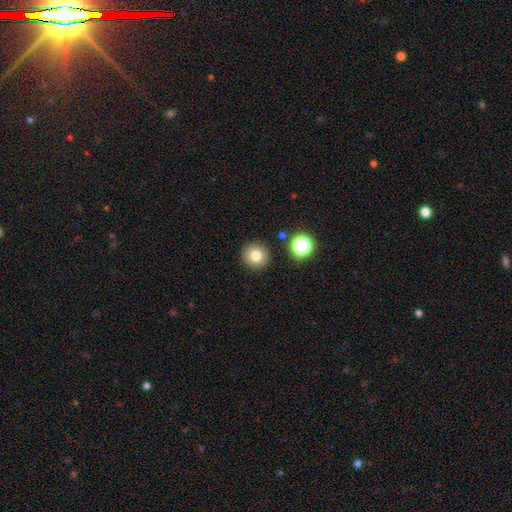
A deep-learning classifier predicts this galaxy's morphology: smooth_or_featured: smooth (p=0.78) [alt: star or artifact p=0.13]
how_rounded: round (p=0.93) [alt: in between p=0.06]
merging: none (p=0.89) [alt: minor disturbance p=0.06]